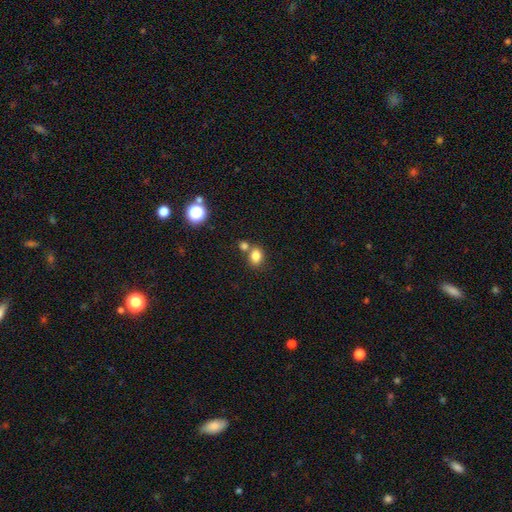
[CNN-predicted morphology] Smooth or featured? smooth (82%)
How rounded? in between (52%)
Merging? none (56%)